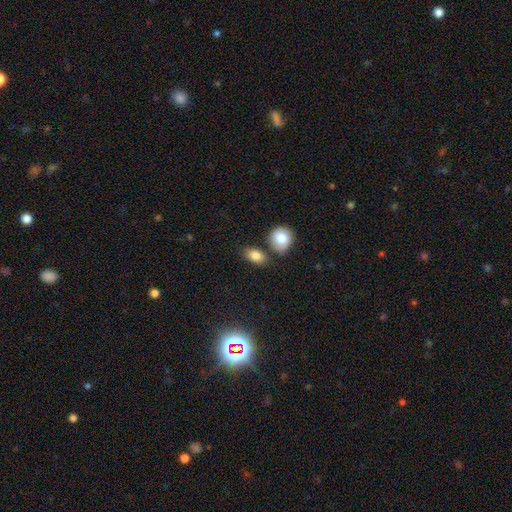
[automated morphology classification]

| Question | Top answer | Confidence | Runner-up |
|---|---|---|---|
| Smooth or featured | smooth | 81% | featured or disk (9%) |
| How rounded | in between | 79% | round (19%) |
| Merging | none | 70% | minor disturbance (13%) |